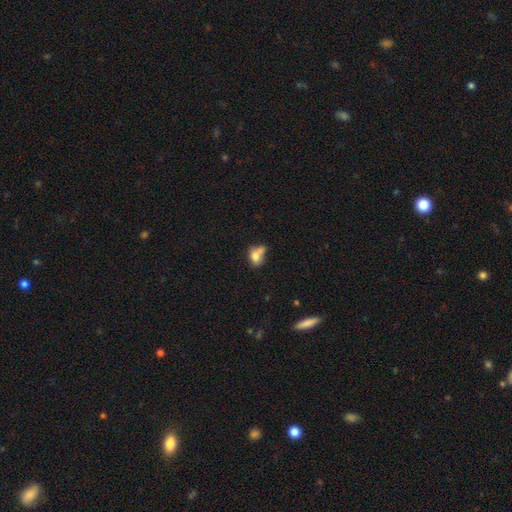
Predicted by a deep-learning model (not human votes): Smooth or featured? smooth (73%)
How rounded? in between (63%)
Merging? merger (46%)